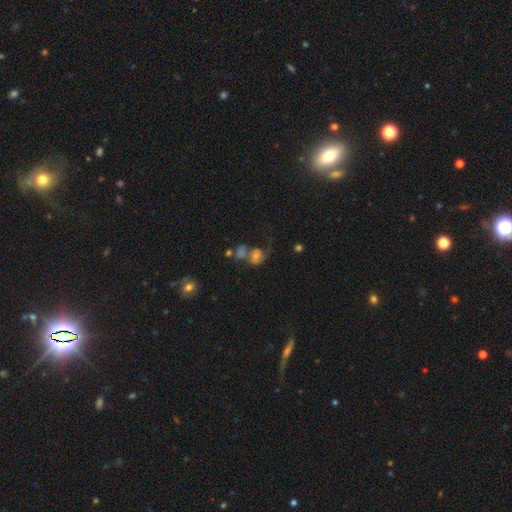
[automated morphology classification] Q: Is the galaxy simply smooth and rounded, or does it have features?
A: smooth — 47%.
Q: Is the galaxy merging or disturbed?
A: merger — 42%.